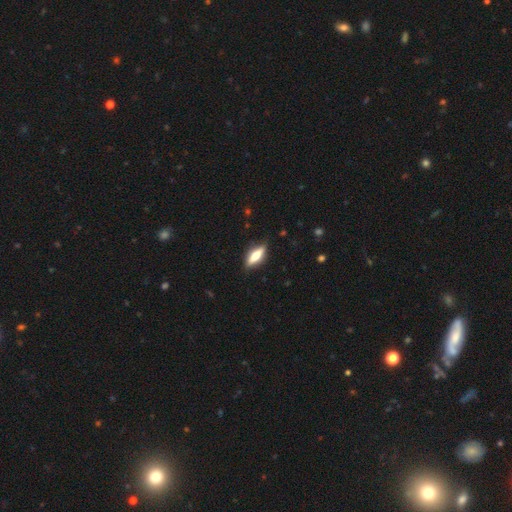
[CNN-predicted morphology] The model was most divided on "how rounded": in between: 54%, cigar-shaped: 43%, round: 3%. More confident: merging — none (85%); smooth or featured — smooth (53%).